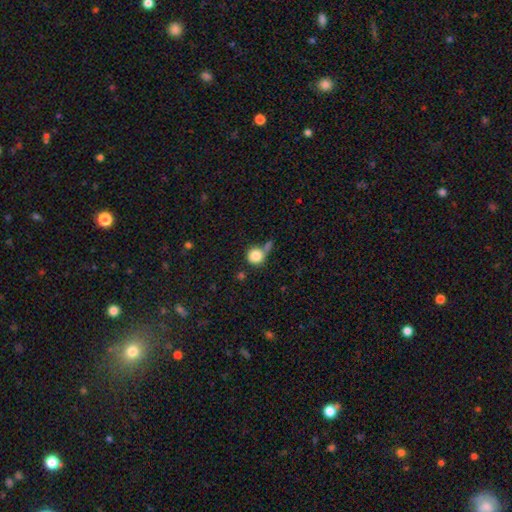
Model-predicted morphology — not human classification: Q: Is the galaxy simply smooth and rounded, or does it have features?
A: smooth — 84%.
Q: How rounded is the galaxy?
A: round — 91%.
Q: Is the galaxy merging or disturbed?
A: none — 50%.